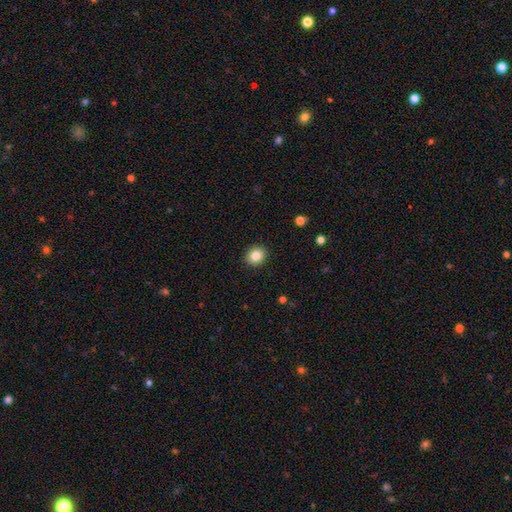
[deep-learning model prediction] Smooth or featured? Predicted: smooth (p=0.85). How rounded? Predicted: round (p=0.75). Merging? Predicted: none (p=0.92).